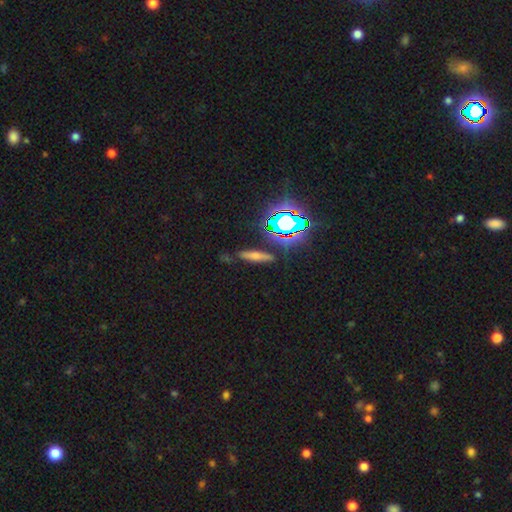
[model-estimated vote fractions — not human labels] Smooth or featured: smooth — 54% (featured or disk — 24%)
How rounded: cigar-shaped — 76% (in between — 19%)
Merging: none — 80% (minor disturbance — 13%)